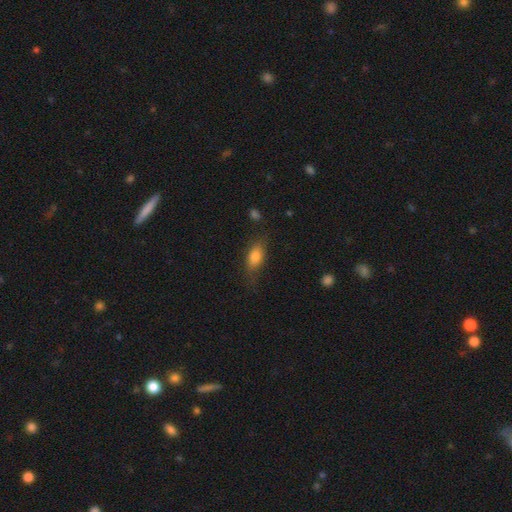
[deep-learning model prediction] This is likely a smooth galaxy (77%). How rounded: likely in between (80%). Merging: likely none (69%).